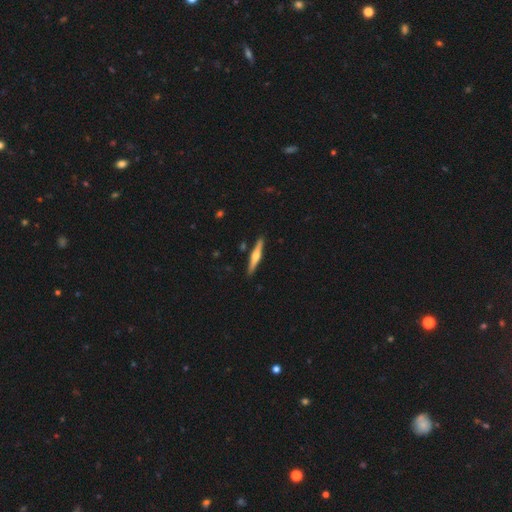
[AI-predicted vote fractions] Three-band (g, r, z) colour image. It shows a featured or disk galaxy (63%) viewed edge-on (97%) with a rounded central bulge (89%). Merging: none (90%).